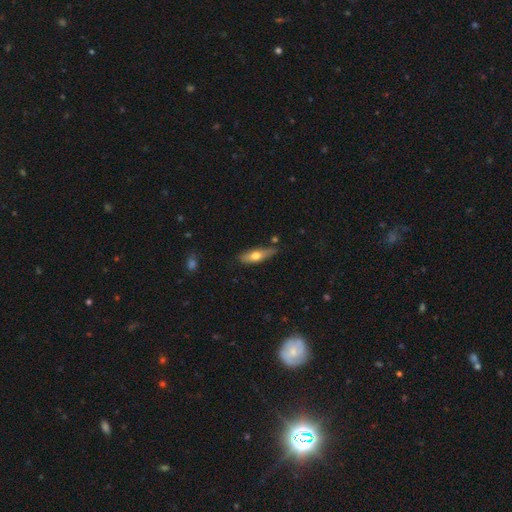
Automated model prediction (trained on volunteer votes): Smooth or featured: smooth — 58% (featured or disk — 36%)
How rounded: cigar-shaped — 53% (in between — 44%)
Merging: none — 71% (minor disturbance — 21%)